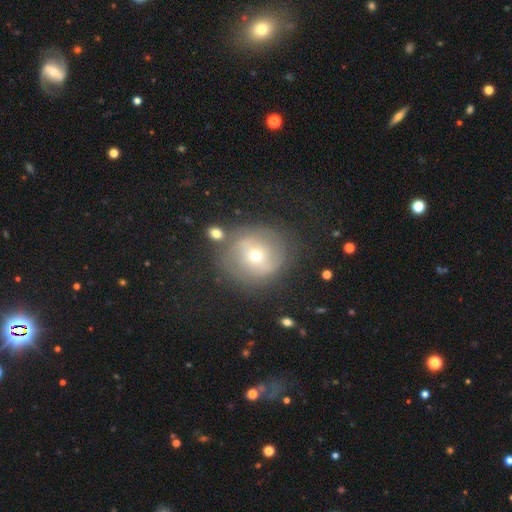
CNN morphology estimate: This is possibly a featured or disk galaxy (52%). It is clearly not viewed edge-on (95%). Merging: likely none (70%).